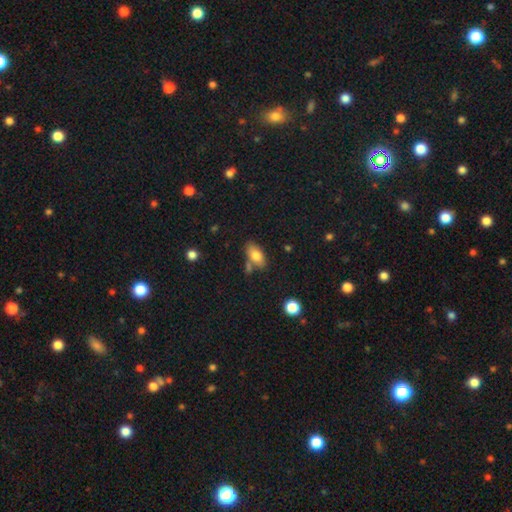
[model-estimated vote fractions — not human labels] Overall: smooth (79%). How rounded: in between (90%). Merging: none (65%).